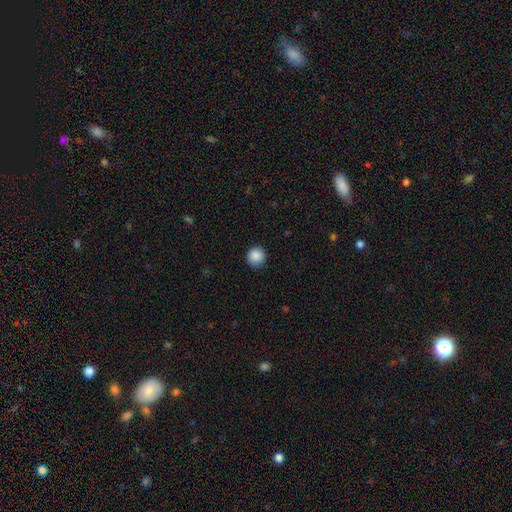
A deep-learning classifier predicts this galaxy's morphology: Overall: smooth (88%). How rounded: round (94%). Merging: none (87%).